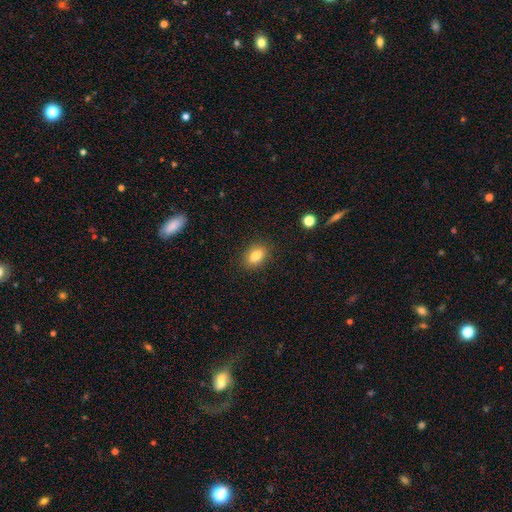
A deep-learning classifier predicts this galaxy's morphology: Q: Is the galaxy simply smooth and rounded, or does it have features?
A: smooth — 85%.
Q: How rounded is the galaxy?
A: in between — 85%.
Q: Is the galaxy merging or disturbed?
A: none — 87%.